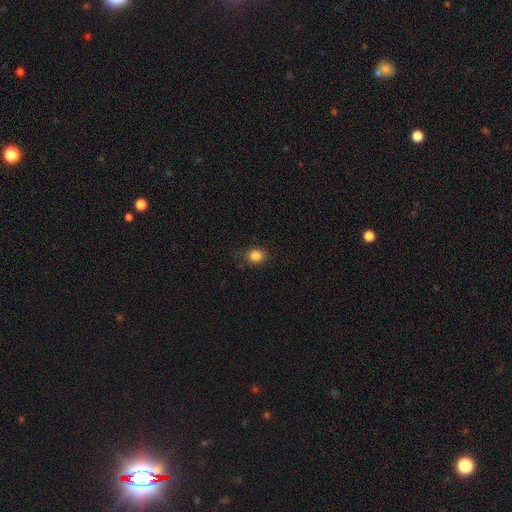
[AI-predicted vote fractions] Morphology: type=smooth (84%); roundness=round (68%); merging=none (82%).